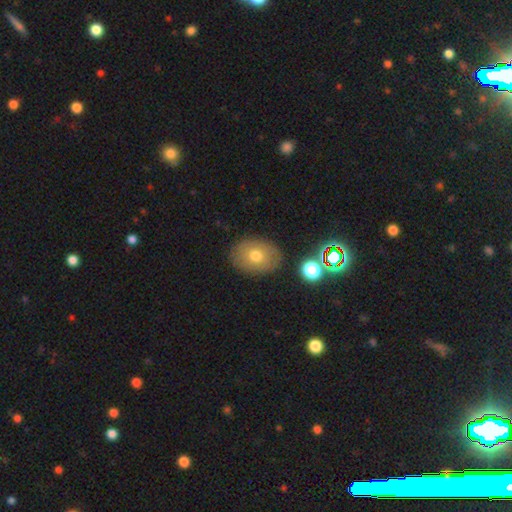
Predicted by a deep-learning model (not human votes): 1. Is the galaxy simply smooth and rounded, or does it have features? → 68% smooth, 20% featured or disk, 12% star or artifact.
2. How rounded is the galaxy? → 67% in between, 32% round, 1% cigar-shaped.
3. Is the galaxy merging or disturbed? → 84% none, 10% minor disturbance, 3% major disturbance, 2% merger.